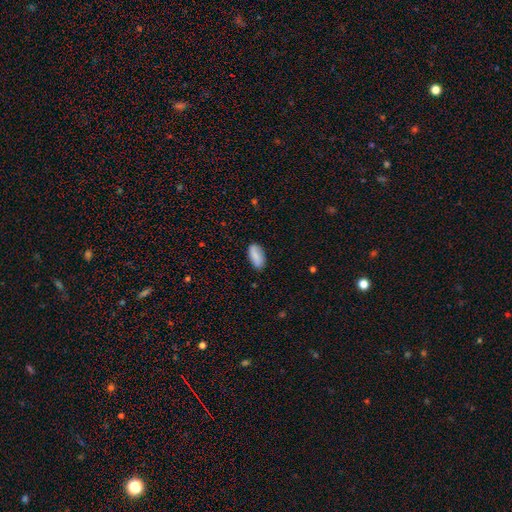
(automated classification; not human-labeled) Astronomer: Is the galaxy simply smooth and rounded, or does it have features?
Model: smooth — 83%.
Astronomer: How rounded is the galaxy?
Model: in between — 91%.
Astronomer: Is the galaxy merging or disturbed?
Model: none — 83%.